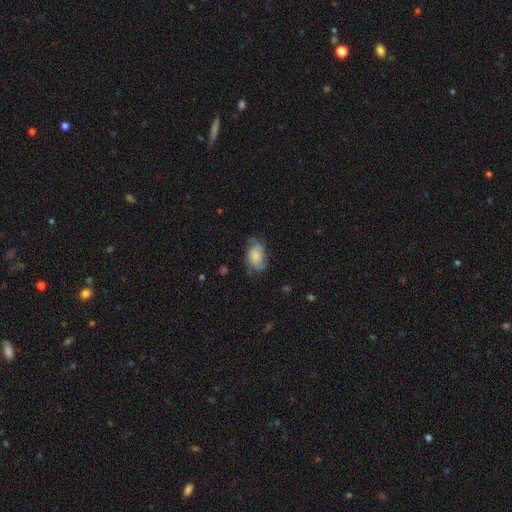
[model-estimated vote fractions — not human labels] Overall: smooth (60%; featured or disk 32%). How rounded: in between (86%). Merging: none (54%; minor disturbance 31%).